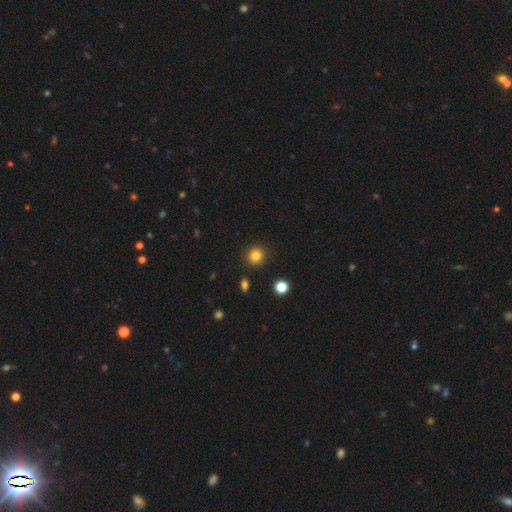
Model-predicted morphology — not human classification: type=smooth (83%); roundness=round (91%); merging=none (90%).